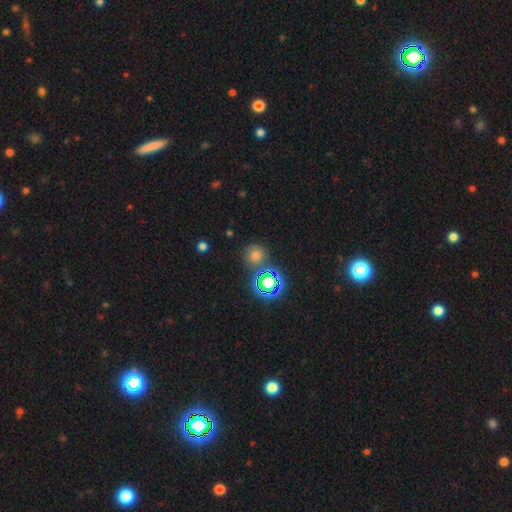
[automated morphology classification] smooth_or_featured: smooth (p=0.52) [alt: star or artifact p=0.39]
how_rounded: round (p=0.88) [alt: in between p=0.11]
merging: none (p=0.77) [alt: minor disturbance p=0.10]